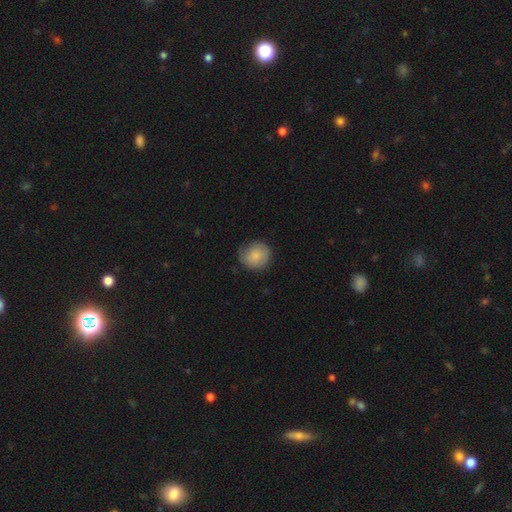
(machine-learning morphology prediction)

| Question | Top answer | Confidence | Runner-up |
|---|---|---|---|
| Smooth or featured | smooth | 81% | featured or disk (12%) |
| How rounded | round | 88% | in between (11%) |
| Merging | none | 72% | minor disturbance (22%) |